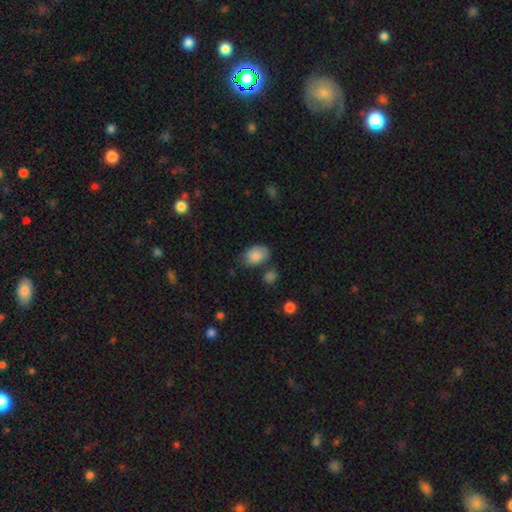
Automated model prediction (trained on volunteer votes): smooth_or_featured: smooth (p=0.85) [alt: featured or disk p=0.08]
how_rounded: in between (p=0.86) [alt: round p=0.13]
merging: none (p=0.60) [alt: minor disturbance p=0.26]